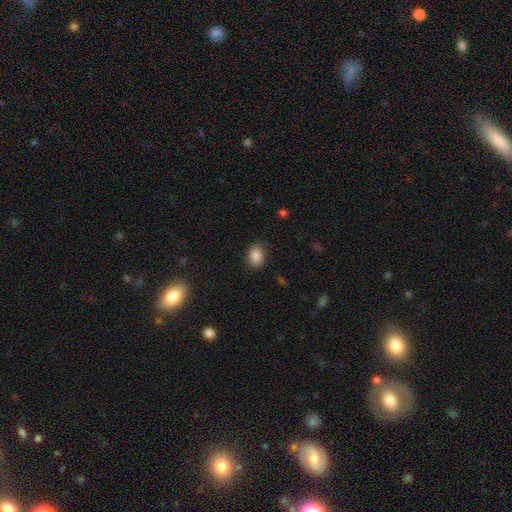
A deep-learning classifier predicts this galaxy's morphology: Overall: smooth (86%). How rounded: in between (64%; round 35%). Merging: none (86%).